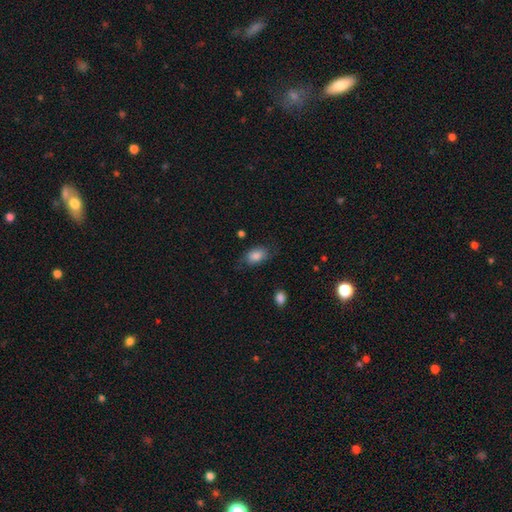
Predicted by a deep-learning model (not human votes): Smooth or featured? smooth (82%)
How rounded? in between (87%)
Merging? none (67%)